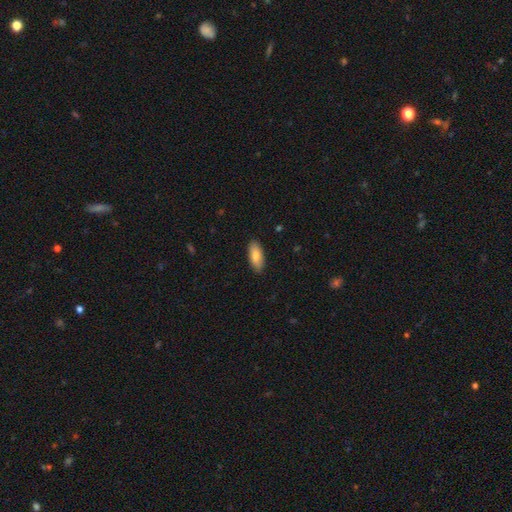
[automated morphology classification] This appears to be a smooth galaxy with no disk features (84%) that is in between round and cigar-shaped (82%). Merging: none (88%).